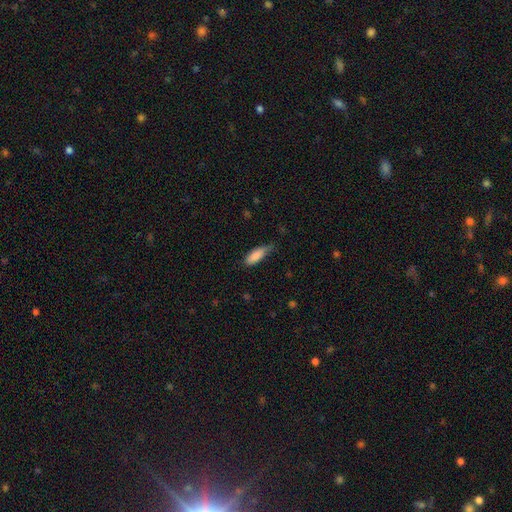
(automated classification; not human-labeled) smooth 84%, featured or disk 9%, star or artifact 6%. Down the decision tree: how rounded — in between (62%); merging — none (51%).